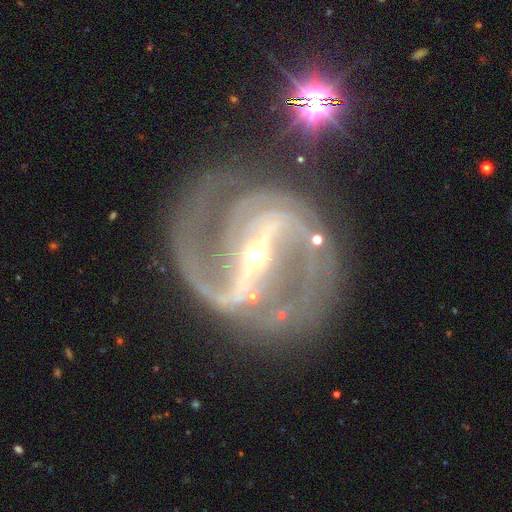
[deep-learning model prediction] A featured or disk galaxy (92%) with a strong bar (79%), 2 (81%) medium (55%) spiral arms (98%) and a small central bulge (72%).

Vote fractions:
- Smooth or featured? featured or disk: 92% / star or artifact: 6% / smooth: 2%
- Edge-on disk? no: 97% / yes: 3%
- Bar? strong: 79% / weak: 15% / no: 6%
- Spiral arms? yes: 98% / no: 2%
- Spiral winding? medium: 55% / tight: 26% / loose: 19%
- Spiral arm count? 2: 81% / 3: 7% / can't tell: 4% / 4: 3% / 1: 2% / more than 4: 2%
- Bulge size? small: 72% / moderate: 25% / large: 2% / none: 1% / dominant: 1%
- Merging? none: 71% / minor disturbance: 14% / major disturbance: 10% / merger: 4%